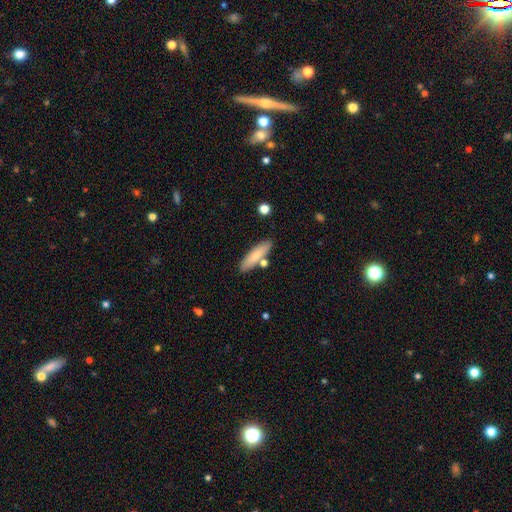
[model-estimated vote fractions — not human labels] Smooth or featured: smooth — 79% (featured or disk — 15%)
How rounded: cigar-shaped — 71% (in between — 27%)
Merging: none — 81% (minor disturbance — 10%)